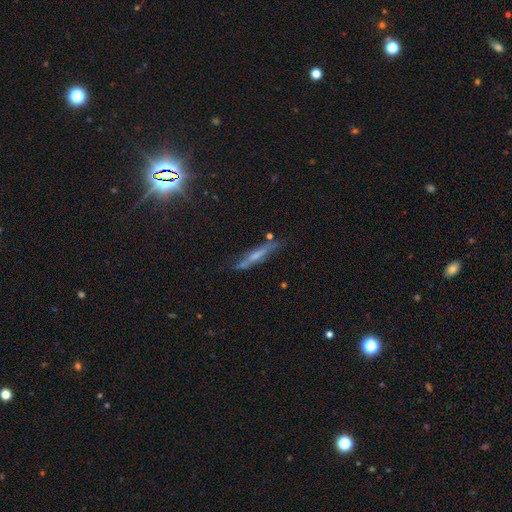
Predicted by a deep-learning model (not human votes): A featured or disk galaxy (56%) viewed edge-on (88%). Merging: none (71%).